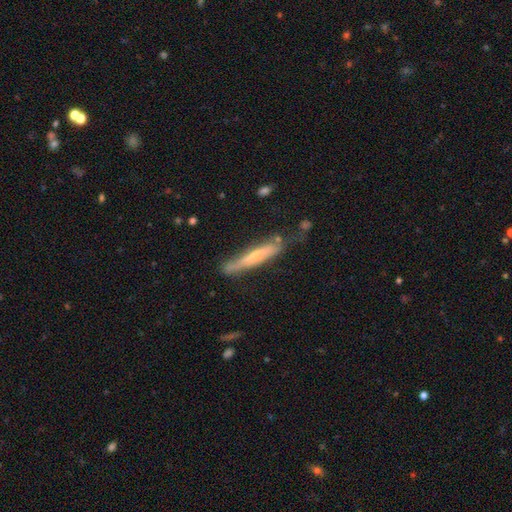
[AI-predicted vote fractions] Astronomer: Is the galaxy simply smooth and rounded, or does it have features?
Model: smooth — 48% (runner-up: featured or disk, 46%).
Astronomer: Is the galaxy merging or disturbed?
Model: none — 60%.